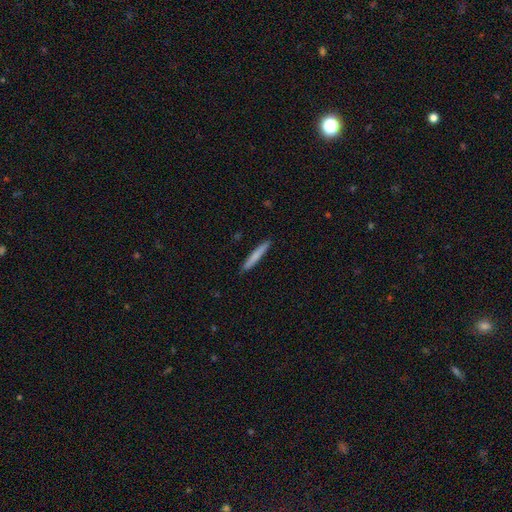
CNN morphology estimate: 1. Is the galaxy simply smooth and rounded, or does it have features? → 73% smooth, 22% featured or disk, 5% star or artifact.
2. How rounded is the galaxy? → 96% cigar-shaped, 3% in between, 1% round.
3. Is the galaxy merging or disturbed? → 91% none, 6% minor disturbance, 1% major disturbance, 1% merger.